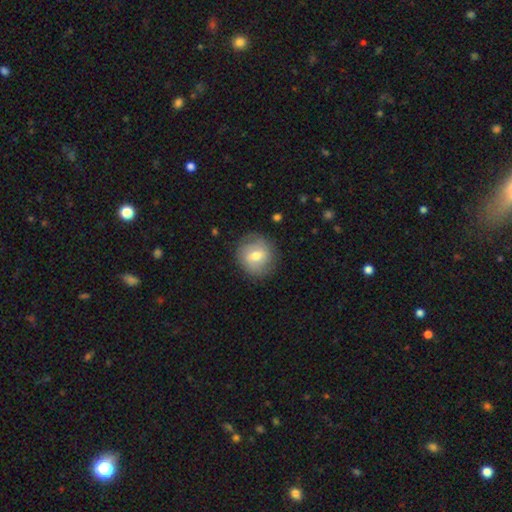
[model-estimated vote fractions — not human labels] Smooth or featured?
  - smooth: 60% *
  - featured or disk: 32%
  - star or artifact: 8%
How rounded?
  - round: 85% *
  - in between: 14%
  - cigar-shaped: 1%
Merging?
  - none: 79% *
  - minor disturbance: 15%
  - major disturbance: 5%
  - merger: 1%